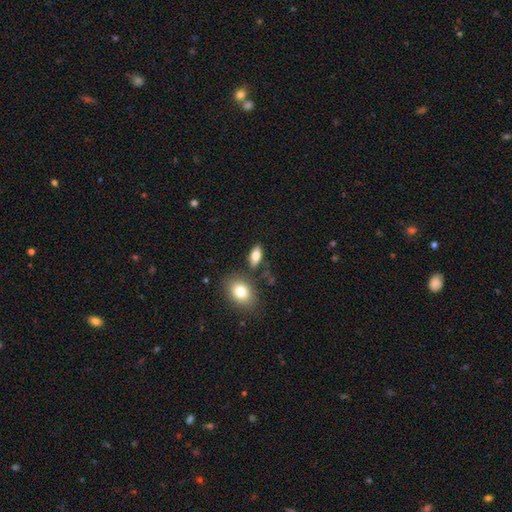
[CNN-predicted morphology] Q: Smooth or featured?
A: smooth (75%); runner-up: featured or disk (18%)
Q: How rounded?
A: in between (84%); runner-up: cigar-shaped (10%)
Q: Merging?
A: none (75%); runner-up: minor disturbance (13%)